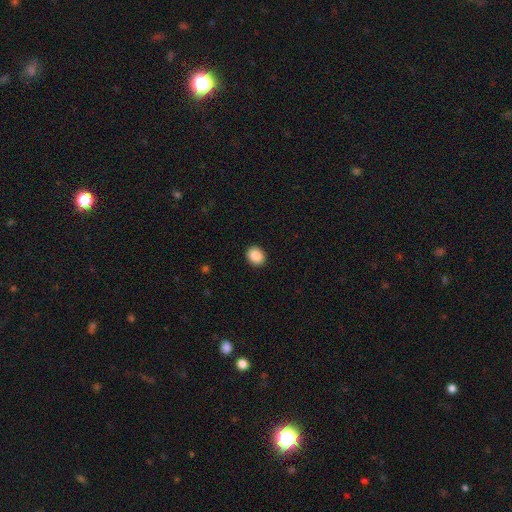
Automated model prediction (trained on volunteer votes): A smooth galaxy with no disk features (88%) that is round (60%).

Vote fractions:
- Smooth or featured? smooth: 88% / star or artifact: 8% / featured or disk: 4%
- How rounded? round: 60% / in between: 39% / cigar-shaped: 1%
- Merging? none: 92% / minor disturbance: 6% / major disturbance: 2% / merger: 1%